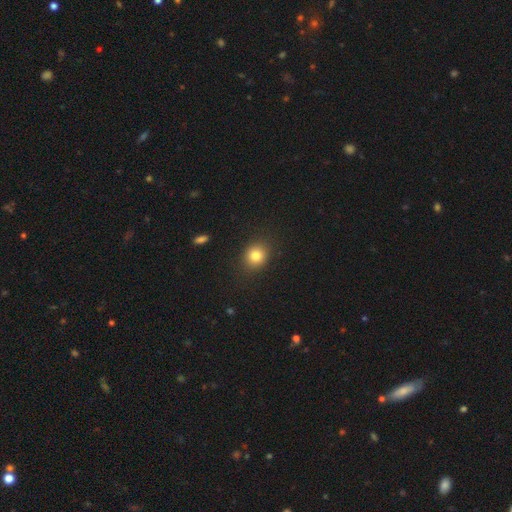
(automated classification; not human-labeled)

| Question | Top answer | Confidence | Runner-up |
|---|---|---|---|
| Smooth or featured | smooth | 81% | star or artifact (11%) |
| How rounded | round | 75% | in between (24%) |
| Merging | none | 88% | minor disturbance (8%) |